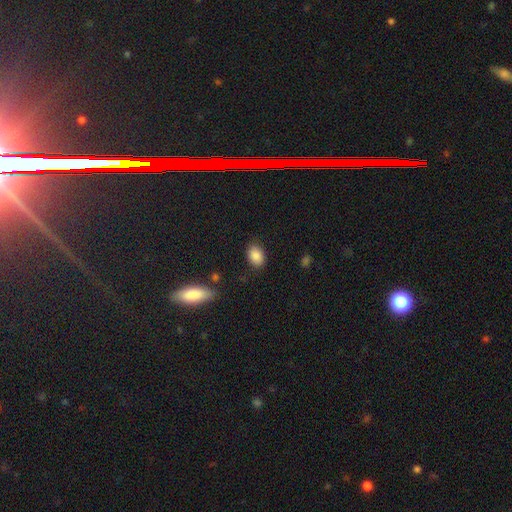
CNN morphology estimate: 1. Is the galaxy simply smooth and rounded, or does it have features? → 87% smooth, 8% star or artifact, 5% featured or disk.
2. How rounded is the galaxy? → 77% in between, 22% round, 1% cigar-shaped.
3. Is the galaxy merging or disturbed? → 84% none, 11% minor disturbance, 3% major disturbance, 2% merger.